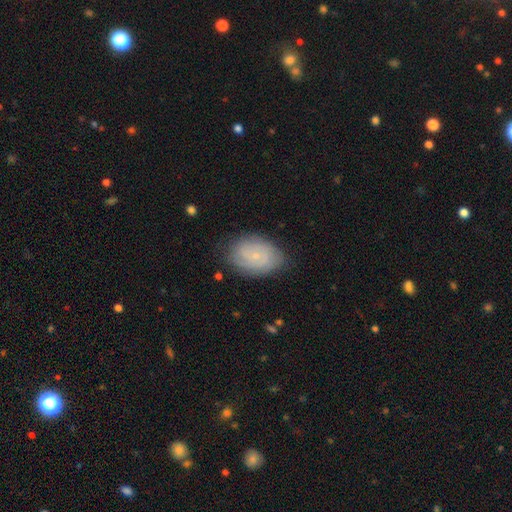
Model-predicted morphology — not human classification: type=featured or disk (51%); edge-on=no (96%); merging=none (77%).